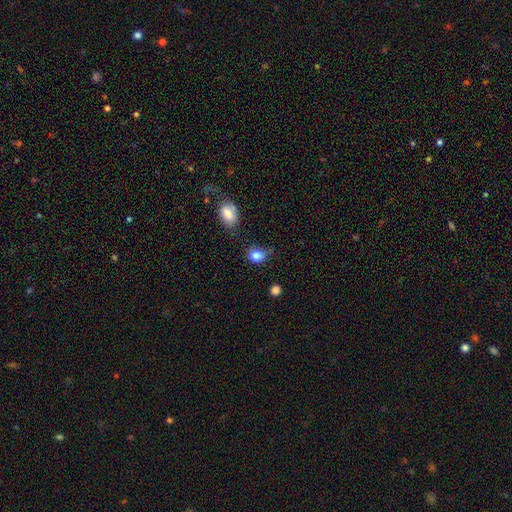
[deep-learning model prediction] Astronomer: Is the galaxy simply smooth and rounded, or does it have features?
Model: smooth — 82%.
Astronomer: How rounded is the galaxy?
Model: round — 58% (runner-up: in between, 40%).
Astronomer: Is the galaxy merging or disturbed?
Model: none — 52% (runner-up: minor disturbance, 32%).